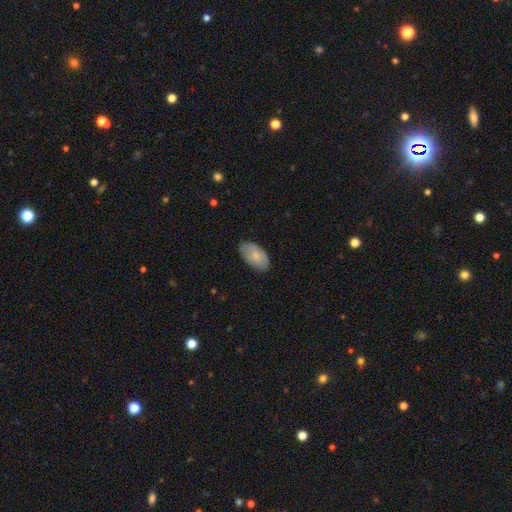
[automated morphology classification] This appears to be a smooth galaxy with no disk features (76%) that is in between round and cigar-shaped (94%). Merging: none (80%).